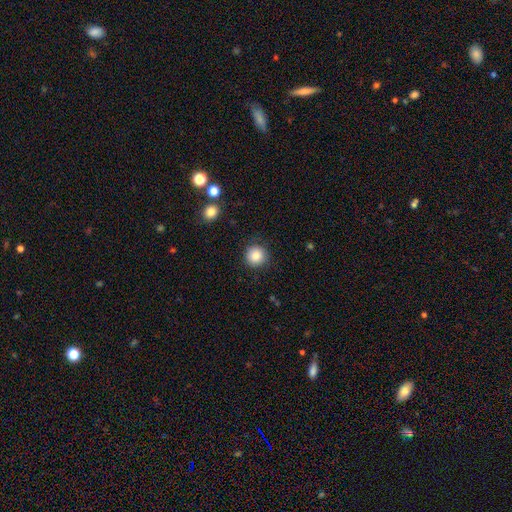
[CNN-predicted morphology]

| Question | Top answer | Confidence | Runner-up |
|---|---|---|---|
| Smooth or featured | smooth | 86% | star or artifact (9%) |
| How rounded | round | 94% | in between (5%) |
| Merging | none | 88% | minor disturbance (8%) |